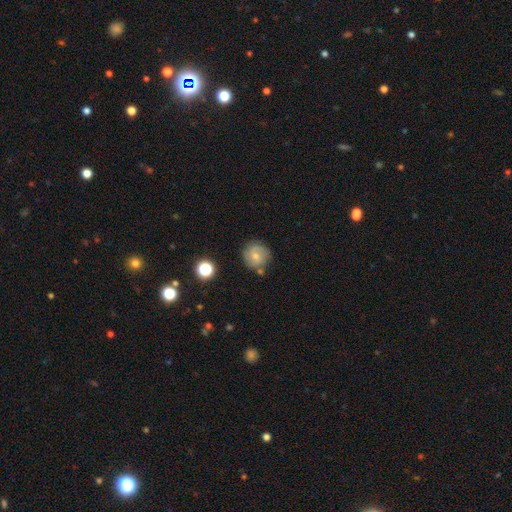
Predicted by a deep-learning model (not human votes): This appears to be a smooth galaxy with no disk features (52%) that is round (91%). Merging: none (72%).